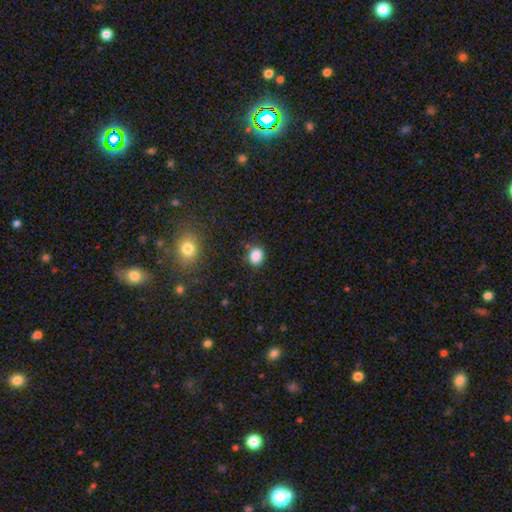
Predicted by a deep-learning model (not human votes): The model was most divided on "how rounded": round: 60%, in between: 39%, cigar-shaped: 1%. More confident: smooth or featured — smooth (86%); merging — none (81%).